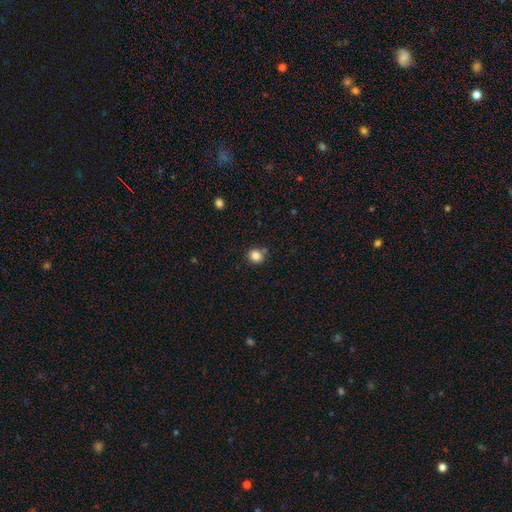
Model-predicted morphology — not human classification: type=smooth (84%); roundness=round (81%); merging=none (77%).